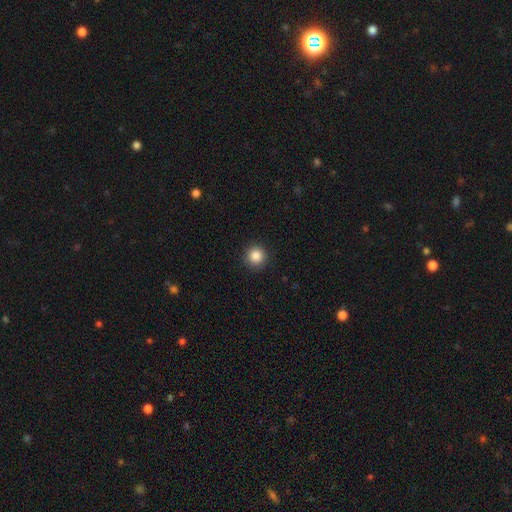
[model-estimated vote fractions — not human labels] smooth_or_featured: smooth (p=0.85) [alt: star or artifact p=0.11]
how_rounded: round (p=0.95) [alt: in between p=0.04]
merging: none (p=0.92) [alt: minor disturbance p=0.05]